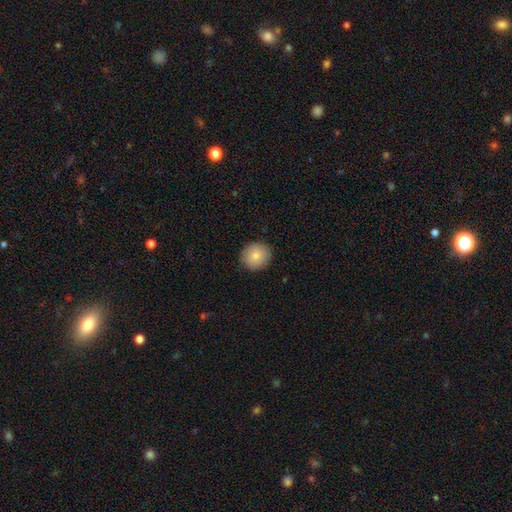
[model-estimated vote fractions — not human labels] Q: Smooth or featured?
A: smooth (83%); runner-up: featured or disk (9%)
Q: How rounded?
A: round (84%); runner-up: in between (15%)
Q: Merging?
A: none (89%); runner-up: minor disturbance (8%)